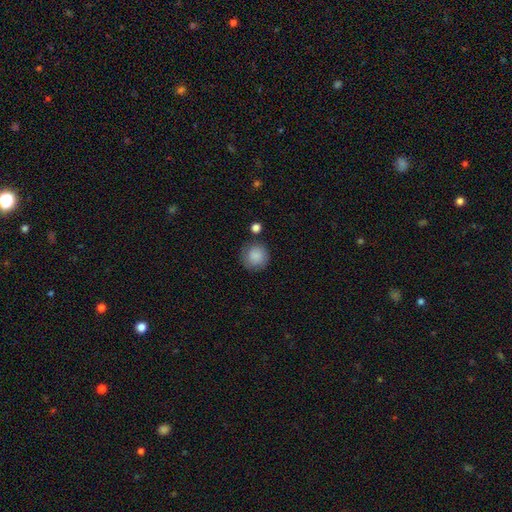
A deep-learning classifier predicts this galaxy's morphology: Smooth or featured?
  - smooth: 87% *
  - star or artifact: 7%
  - featured or disk: 6%
How rounded?
  - round: 92% *
  - in between: 7%
  - cigar-shaped: 1%
Merging?
  - none: 77% *
  - minor disturbance: 14%
  - merger: 5%
  - major disturbance: 4%